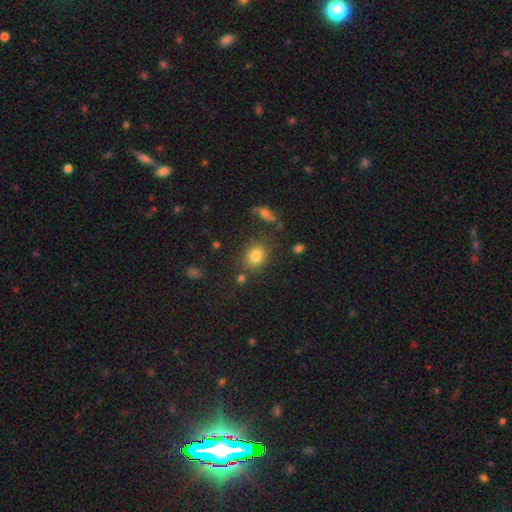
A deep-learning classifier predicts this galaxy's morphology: Q: Smooth or featured?
A: smooth (80%); runner-up: star or artifact (12%)
Q: How rounded?
A: round (64%); runner-up: in between (35%)
Q: Merging?
A: none (77%); runner-up: minor disturbance (12%)